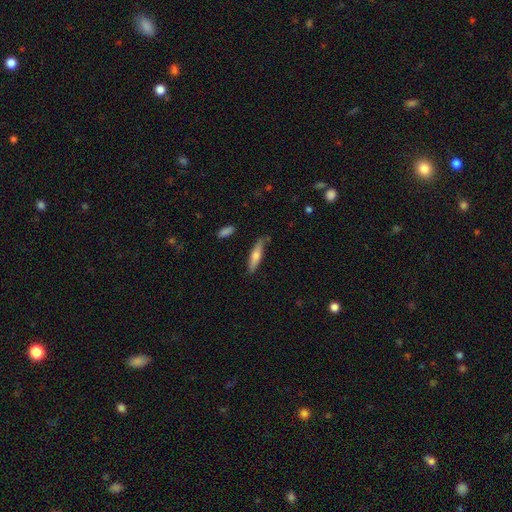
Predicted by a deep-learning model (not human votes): smooth-or-featured: smooth: 58% | featured or disk: 36% | star or artifact: 6%
  how-rounded: cigar-shaped: 81% | in between: 18% | round: 2%
  merging: none: 80% | minor disturbance: 15% | merger: 3% | major disturbance: 3%